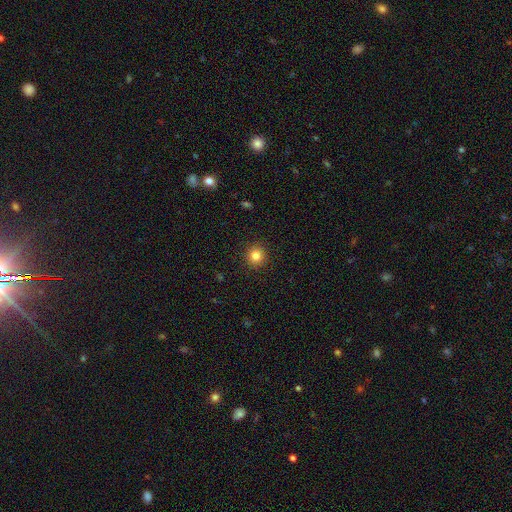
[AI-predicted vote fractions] The model was most divided on "smooth or featured": smooth: 83%, star or artifact: 11%, featured or disk: 5%. More confident: how rounded — round (94%); merging — none (92%).